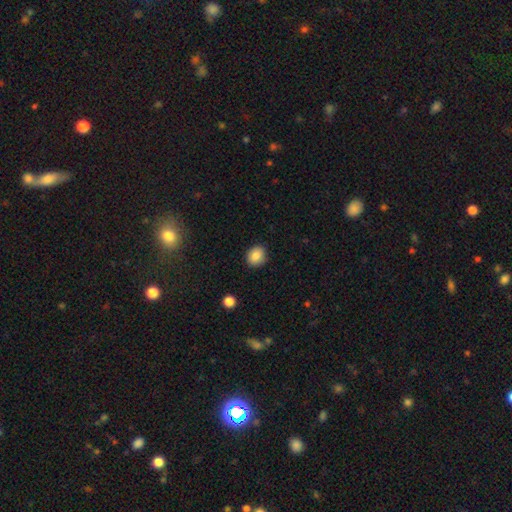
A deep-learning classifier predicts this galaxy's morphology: Q: Smooth or featured?
A: smooth (85%); runner-up: star or artifact (9%)
Q: How rounded?
A: round (73%); runner-up: in between (26%)
Q: Merging?
A: none (87%); runner-up: minor disturbance (10%)